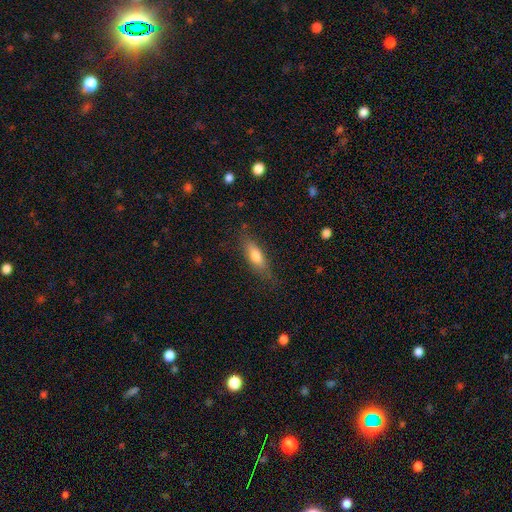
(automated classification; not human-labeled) smooth_or_featured: smooth (p=0.70) [alt: featured or disk p=0.23]
how_rounded: in between (p=0.57) [alt: cigar-shaped p=0.41]
merging: none (p=0.76) [alt: minor disturbance p=0.18]